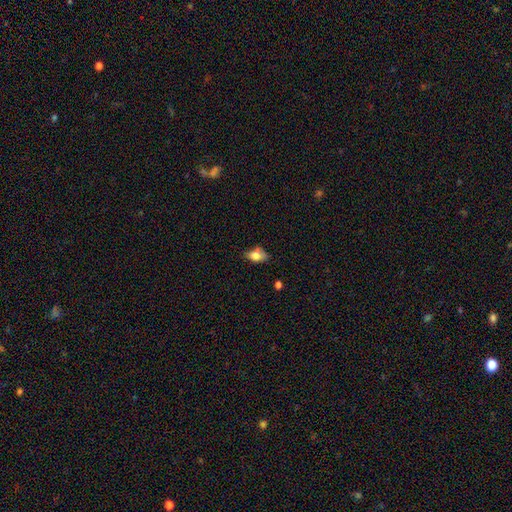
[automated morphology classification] This is likely a smooth galaxy (76%). How rounded: clearly in between (85%). Merging: possibly none (56%).